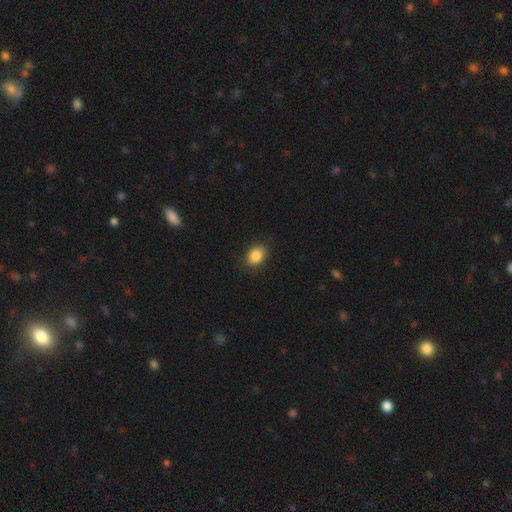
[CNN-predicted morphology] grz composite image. It shows a smooth galaxy with no disk features (86%) that is in between round and cigar-shaped (69%). Merging: none (86%).